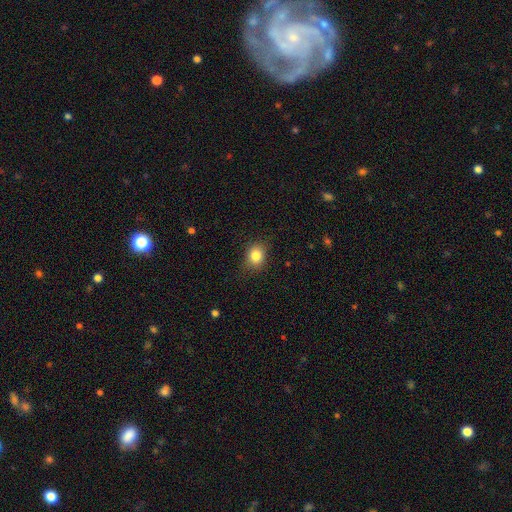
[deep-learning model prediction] This appears to be a smooth galaxy with no disk features (83%) that is round (56%). Merging: none (80%).